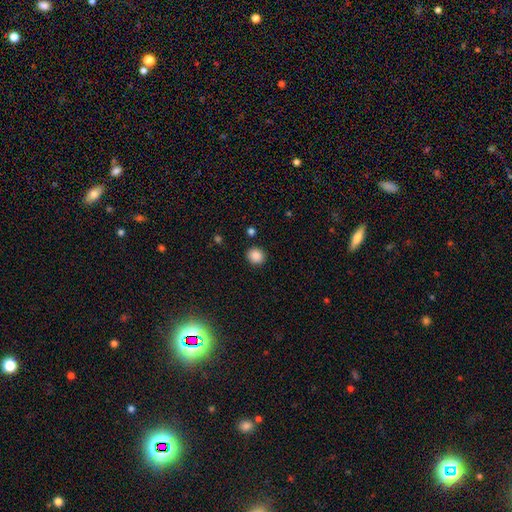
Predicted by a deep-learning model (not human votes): Morphology: type=smooth (88%); roundness=round (81%); merging=none (89%).